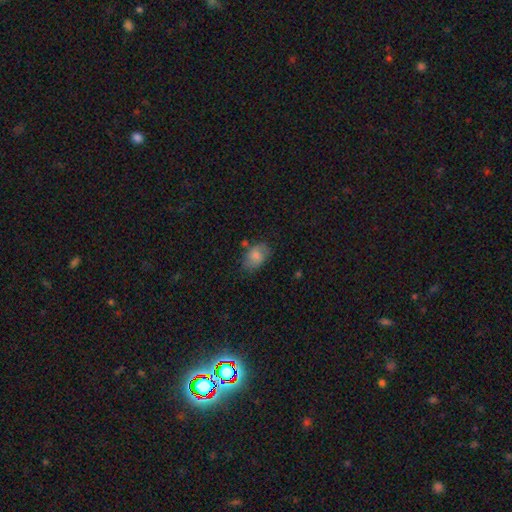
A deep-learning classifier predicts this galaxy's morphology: Smooth or featured: smooth — 75% (featured or disk — 17%)
How rounded: in between — 87% (round — 12%)
Merging: none — 63% (minor disturbance — 25%)